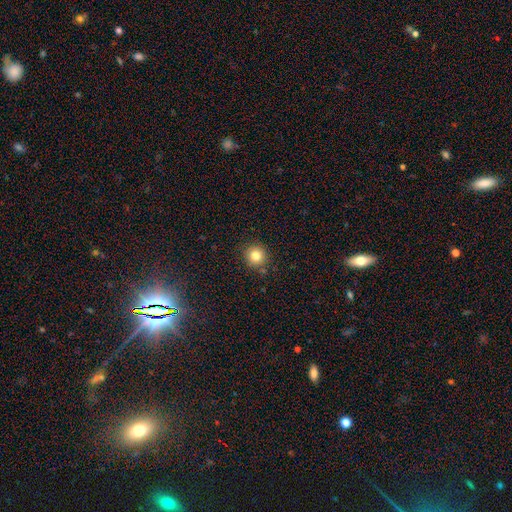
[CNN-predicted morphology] This appears to be a smooth galaxy with no disk features (82%) that is round (94%). Merging: none (87%).